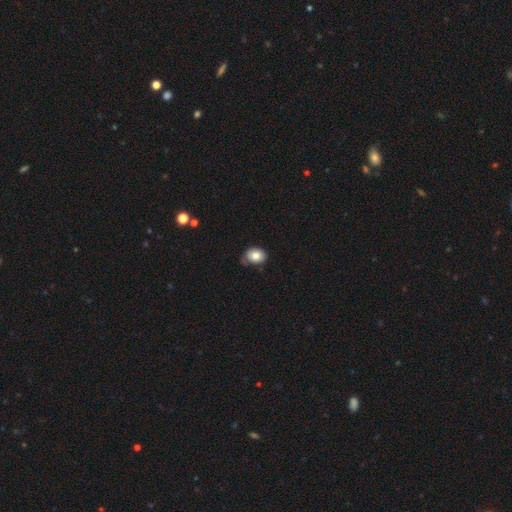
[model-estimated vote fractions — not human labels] Smooth or featured? Predicted: smooth (p=0.78). How rounded? Predicted: in between (p=0.59). Merging? Predicted: none (p=0.56).